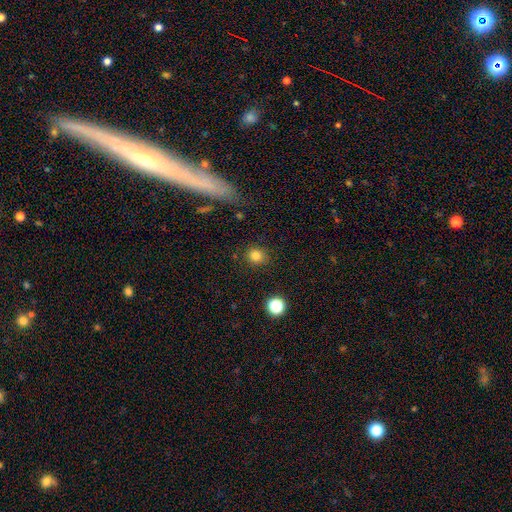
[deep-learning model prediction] smooth-or-featured: smooth: 82% | star or artifact: 12% | featured or disk: 6%
  how-rounded: round: 83% | in between: 16% | cigar-shaped: 1%
  merging: none: 87% | minor disturbance: 9% | major disturbance: 3% | merger: 2%